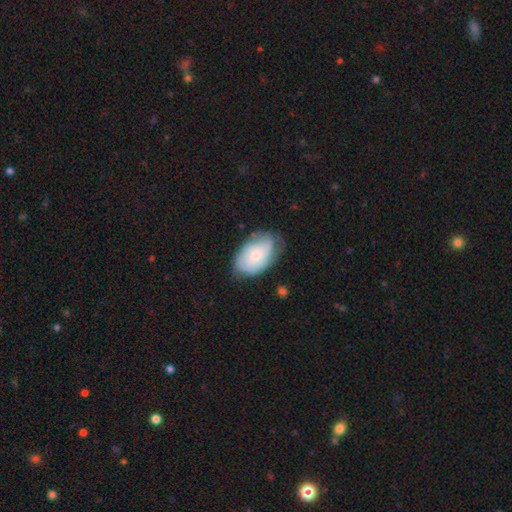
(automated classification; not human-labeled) Smooth or featured? Predicted: smooth (p=0.50). Merging? Predicted: none (p=0.58).